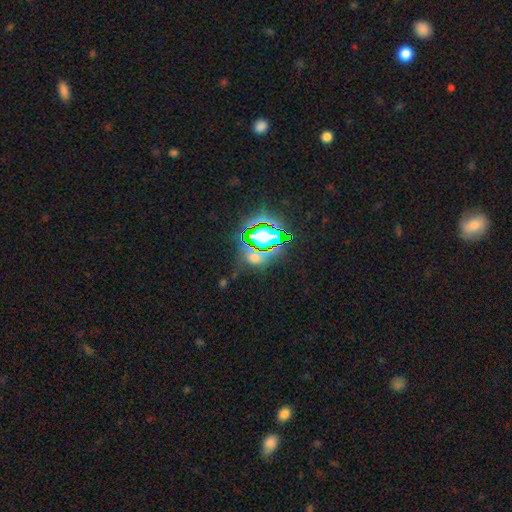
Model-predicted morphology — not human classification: Smooth or featured: star or artifact — 72% (smooth — 17%)